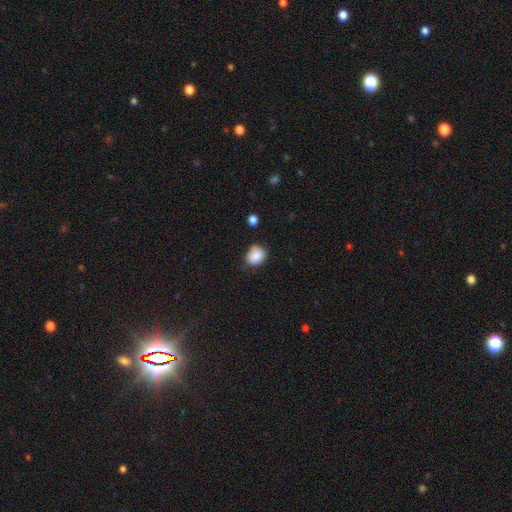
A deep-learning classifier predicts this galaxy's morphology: smooth_or_featured: smooth (p=0.87) [alt: star or artifact p=0.09]
how_rounded: round (p=0.56) [alt: in between p=0.43]
merging: none (p=0.66) [alt: minor disturbance p=0.26]